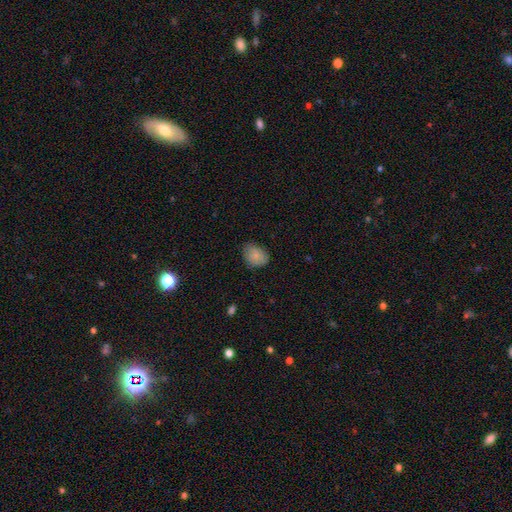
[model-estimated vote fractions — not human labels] smooth_or_featured: smooth (p=0.81) [alt: featured or disk p=0.11]
how_rounded: in between (p=0.64) [alt: round p=0.35]
merging: none (p=0.67) [alt: minor disturbance p=0.27]